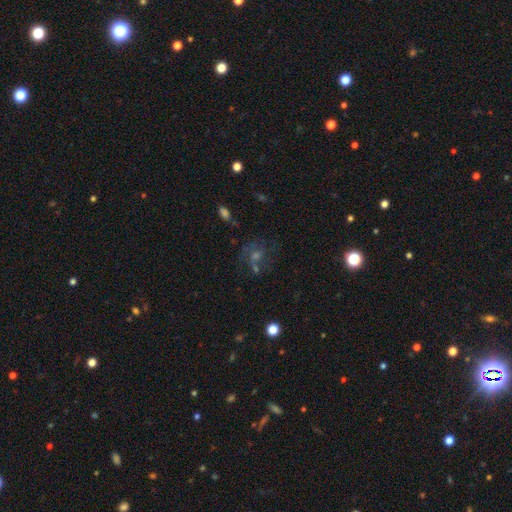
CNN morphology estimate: Smooth or featured?
  - featured or disk: 47% *
  - star or artifact: 30%
  - smooth: 23%
Merging?
  - none: 59% *
  - minor disturbance: 16%
  - major disturbance: 15%
  - merger: 11%